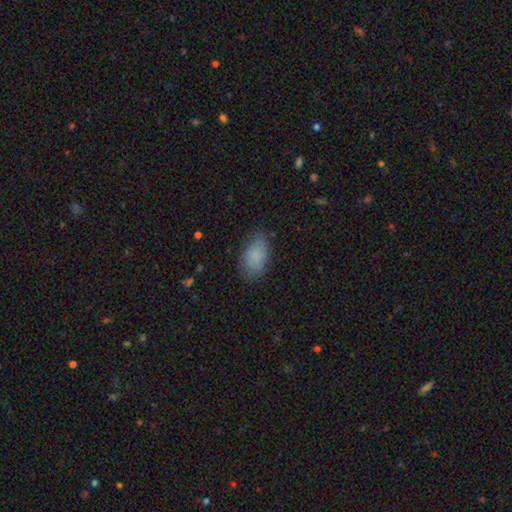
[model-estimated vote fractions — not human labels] Q: Smooth or featured?
A: smooth (85%); runner-up: featured or disk (7%)
Q: How rounded?
A: in between (92%); runner-up: round (6%)
Q: Merging?
A: none (76%); runner-up: minor disturbance (19%)